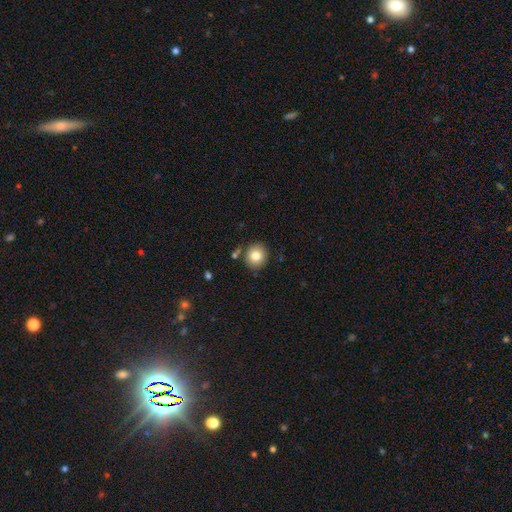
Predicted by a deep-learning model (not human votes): The model was most divided on "smooth or featured": smooth: 81%, star or artifact: 10%, featured or disk: 9%. More confident: how rounded — round (85%); merging — none (83%).